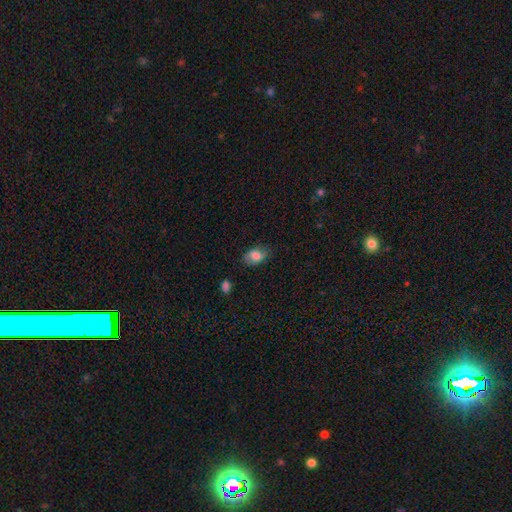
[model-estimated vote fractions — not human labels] A smooth galaxy with no disk features (75%) that is in between round and cigar-shaped (85%). Merging: none (72%).